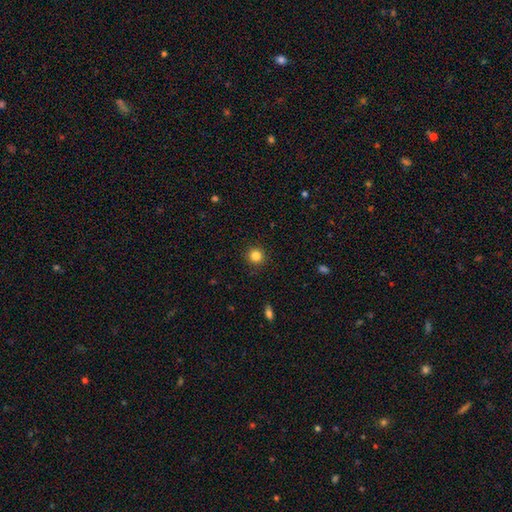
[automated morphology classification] This is clearly a smooth galaxy (85%). How rounded: clearly round (94%). Merging: clearly none (91%).